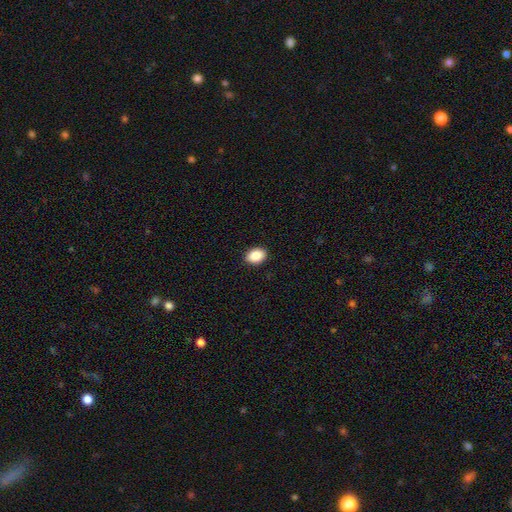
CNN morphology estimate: Smooth or featured? smooth (87%)
How rounded? in between (78%)
Merging? none (91%)